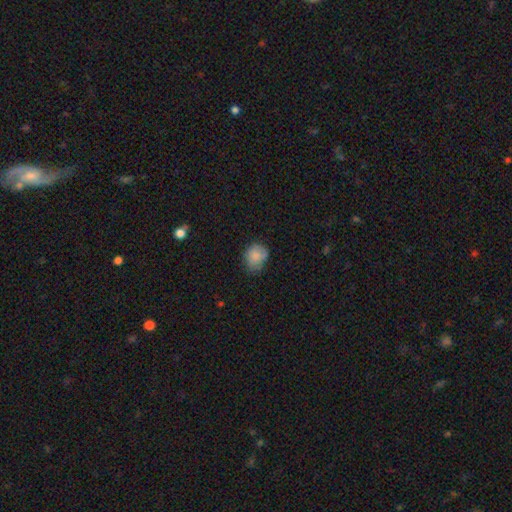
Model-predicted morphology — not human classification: Smooth or featured? smooth (82%)
How rounded? round (59%)
Merging? none (55%)